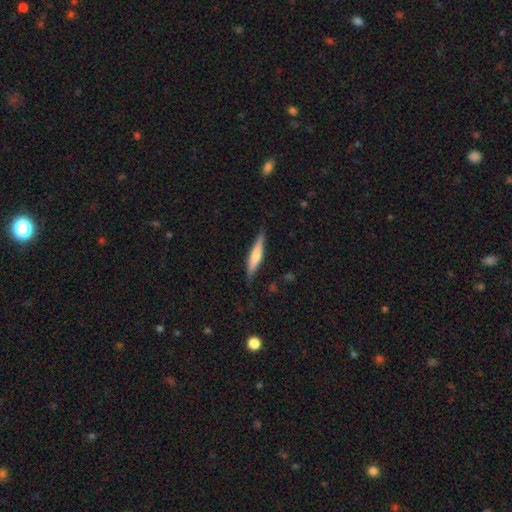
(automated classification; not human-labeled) smooth 54%, featured or disk 41%, star or artifact 6%. Down the decision tree: how rounded — cigar-shaped (86%); merging — none (85%).